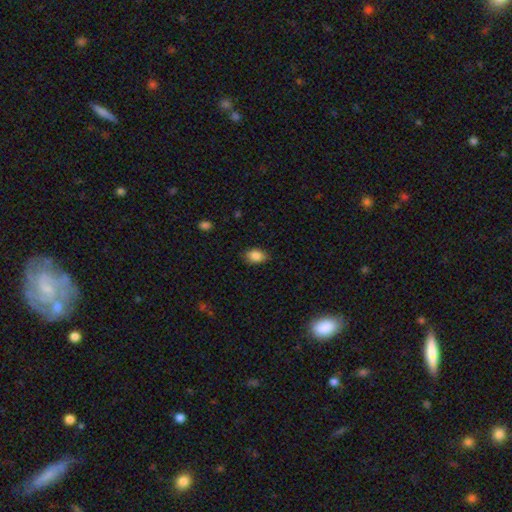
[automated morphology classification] Smooth or featured? Predicted: smooth (p=0.87). How rounded? Predicted: in between (p=0.84). Merging? Predicted: none (p=0.82).